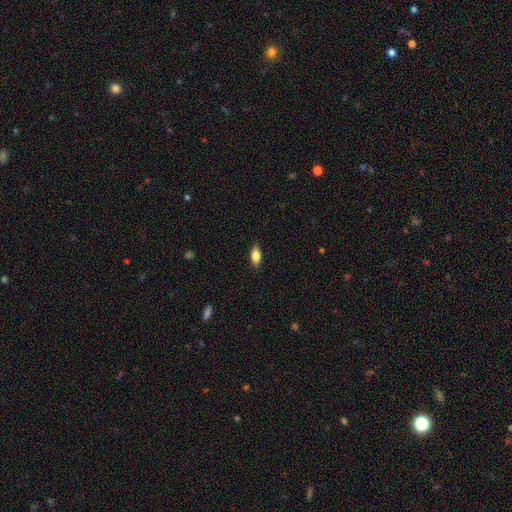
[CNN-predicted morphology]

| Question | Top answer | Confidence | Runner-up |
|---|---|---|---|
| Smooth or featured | smooth | 80% | featured or disk (13%) |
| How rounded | in between | 85% | cigar-shaped (12%) |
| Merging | none | 88% | minor disturbance (10%) |